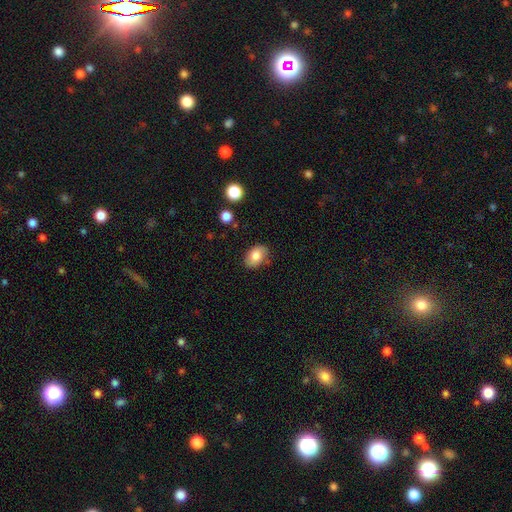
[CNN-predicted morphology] This is clearly a smooth galaxy (81%). How rounded: clearly in between (83%). Merging: clearly none (82%).